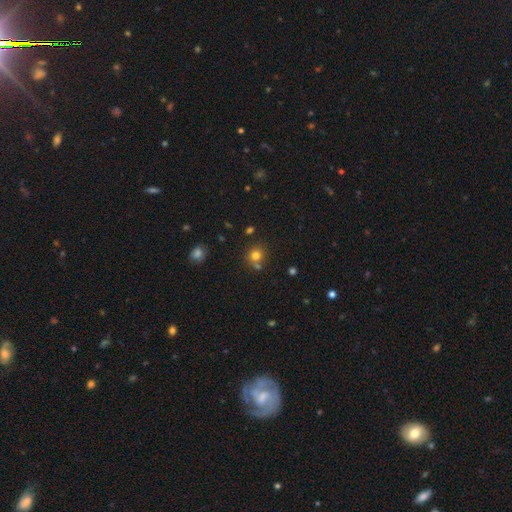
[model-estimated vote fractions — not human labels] Smooth or featured? smooth (77%)
How rounded? round (87%)
Merging? none (66%)